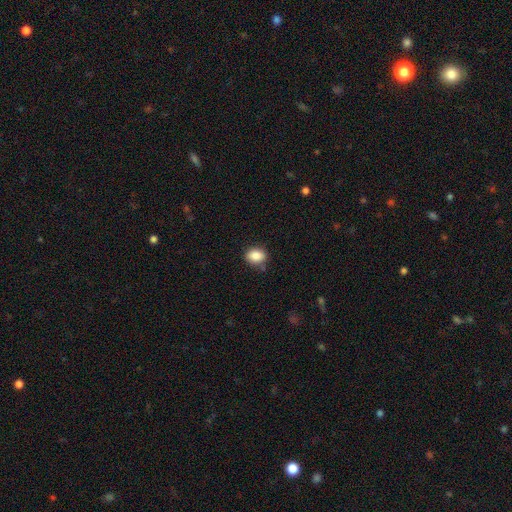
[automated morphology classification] A smooth galaxy with no disk features (87%) that is in between round and cigar-shaped (58%). Merging: none (82%).